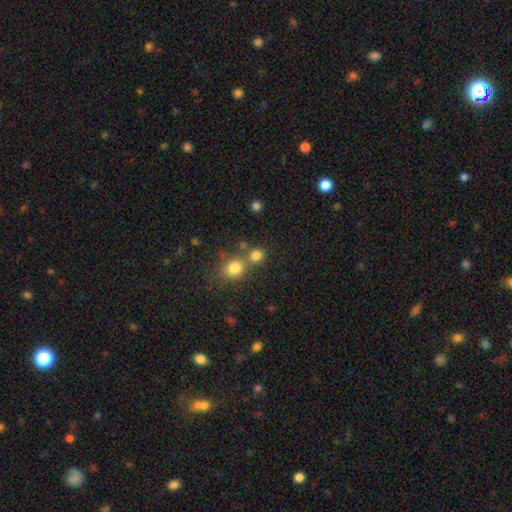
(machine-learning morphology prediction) This appears to be a smooth galaxy with no disk features (79%) that is round (85%). Merging: none (57%).